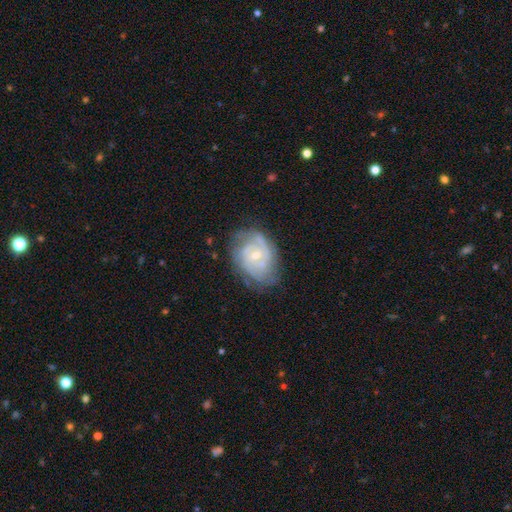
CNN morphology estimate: Smooth or featured? featured or disk (80%)
Edge-on disk? no (97%)
Bar? no (61%)
Spiral arms? yes (91%)
Spiral winding? tight (63%)
Spiral arm count? can't tell (38%)
Bulge size? small (65%)
Merging? none (68%)